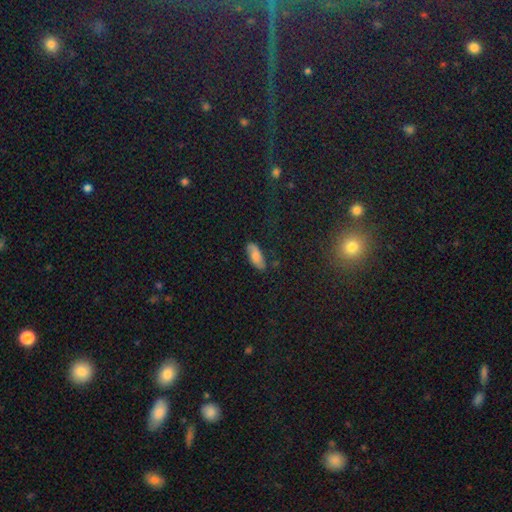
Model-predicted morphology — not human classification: The model was most divided on "smooth or featured": smooth: 67%, featured or disk: 24%, star or artifact: 9%. More confident: how rounded — in between (81%); merging — none (76%).